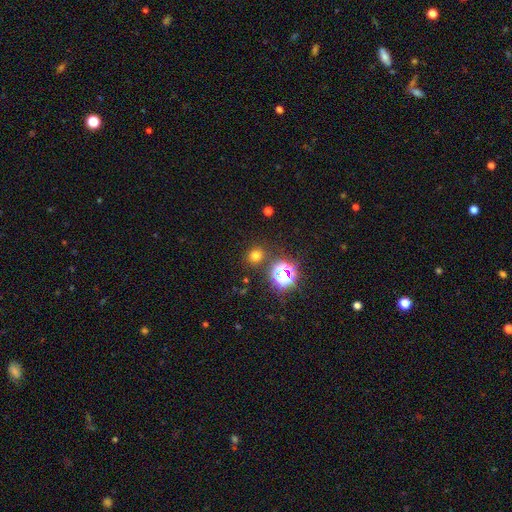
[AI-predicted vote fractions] This appears to be a smooth galaxy with no disk features (67%) that is round (86%). Merging: none (86%).